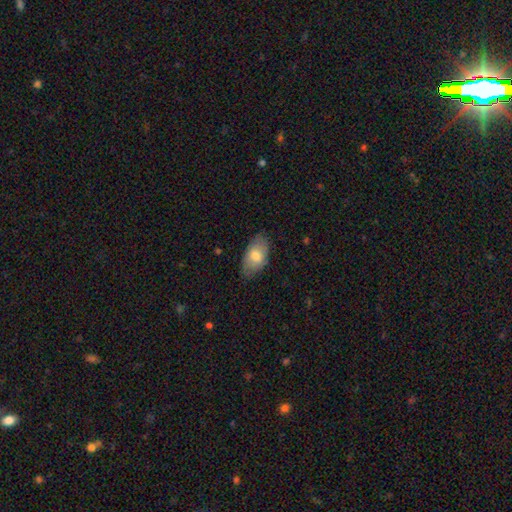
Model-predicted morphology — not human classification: Smooth or featured?
  - smooth: 72% *
  - featured or disk: 22%
  - star or artifact: 6%
How rounded?
  - in between: 93% *
  - round: 5%
  - cigar-shaped: 2%
Merging?
  - none: 74% *
  - minor disturbance: 21%
  - major disturbance: 4%
  - merger: 1%